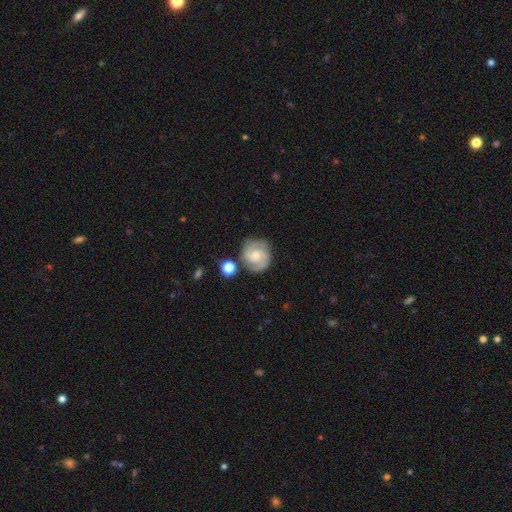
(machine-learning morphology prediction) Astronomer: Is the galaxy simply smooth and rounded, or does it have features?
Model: featured or disk — 80%.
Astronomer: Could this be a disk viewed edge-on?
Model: no — 98%.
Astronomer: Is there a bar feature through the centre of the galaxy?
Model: no — 64%.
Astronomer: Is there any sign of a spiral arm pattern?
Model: yes — 96%.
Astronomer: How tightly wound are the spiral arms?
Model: tight — 53% (runner-up: medium, 39%).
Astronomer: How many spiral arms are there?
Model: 2 — 64%.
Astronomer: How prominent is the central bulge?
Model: small — 56% (runner-up: moderate, 38%).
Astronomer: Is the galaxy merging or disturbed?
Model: none — 77%.